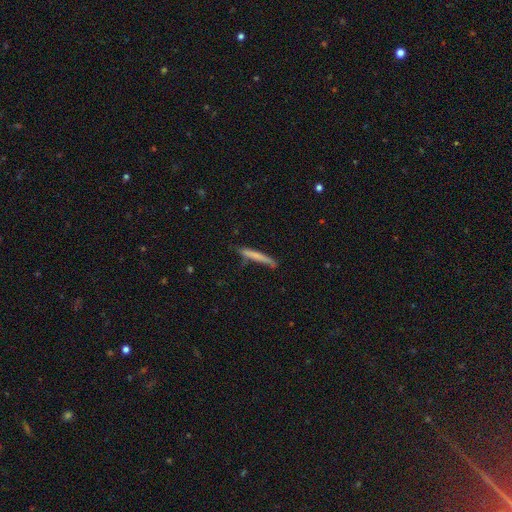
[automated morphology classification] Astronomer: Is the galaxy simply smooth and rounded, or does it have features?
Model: smooth — 68%.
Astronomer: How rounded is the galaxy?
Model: cigar-shaped — 96%.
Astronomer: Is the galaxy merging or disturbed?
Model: none — 70%.